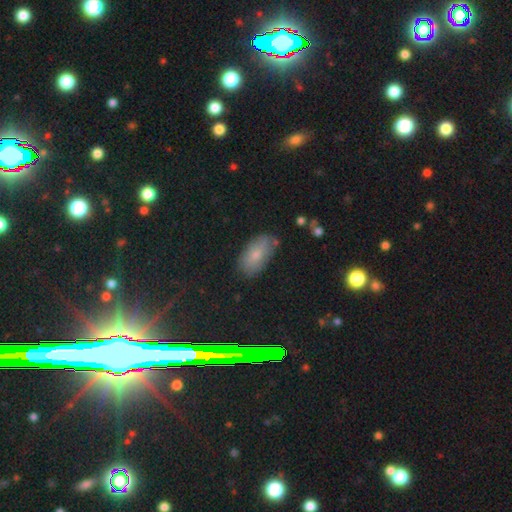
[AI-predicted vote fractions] Q: Smooth or featured?
A: smooth (69%); runner-up: star or artifact (16%)
Q: How rounded?
A: in between (93%); runner-up: round (4%)
Q: Merging?
A: none (75%); runner-up: minor disturbance (18%)